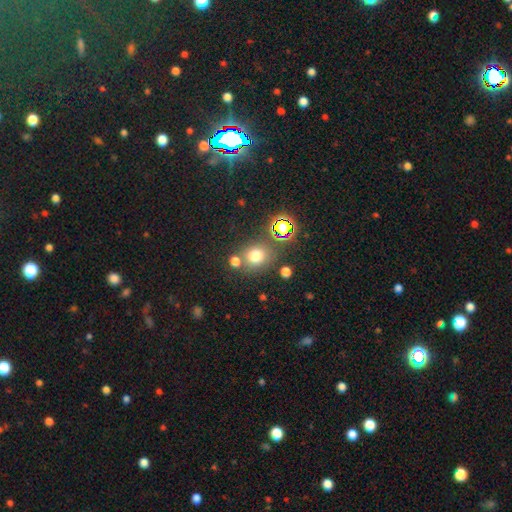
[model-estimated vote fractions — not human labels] smooth 69%, star or artifact 22%, featured or disk 9%. Down the decision tree: how rounded — round (75%); merging — none (70%).